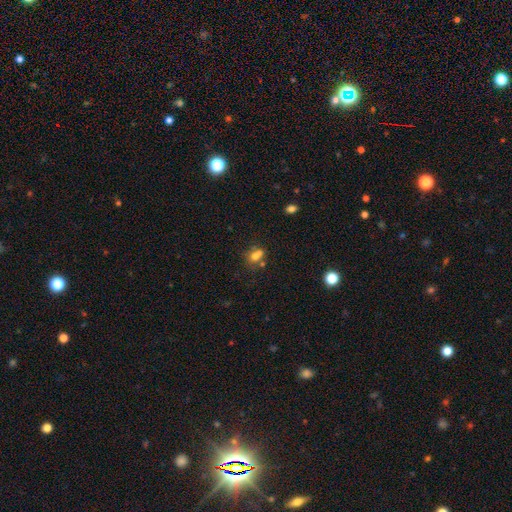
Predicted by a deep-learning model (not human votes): smooth-or-featured: smooth: 67% | featured or disk: 17% | star or artifact: 16%
  how-rounded: round: 56% | in between: 43% | cigar-shaped: 2%
  merging: merger: 42% | none: 40% | minor disturbance: 12% | major disturbance: 6%